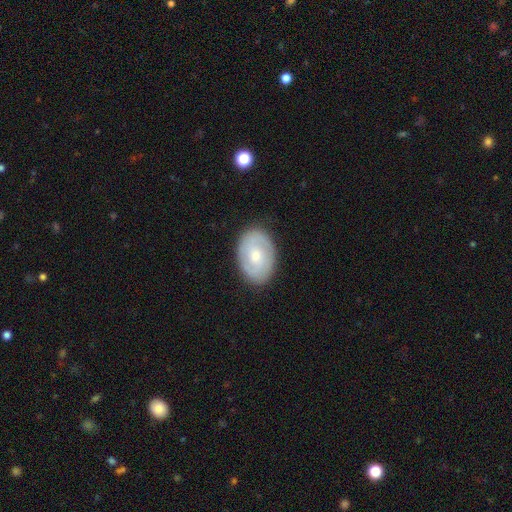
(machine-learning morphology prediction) Smooth or featured: featured or disk — 61% (smooth — 33%)
Edge-on disk: no — 95% (yes — 5%)
Bar: no — 63% (weak — 31%)
Spiral arms: yes — 76% (no — 24%)
Bulge size: small — 49% (moderate — 46%)
Merging: none — 85% (minor disturbance — 11%)